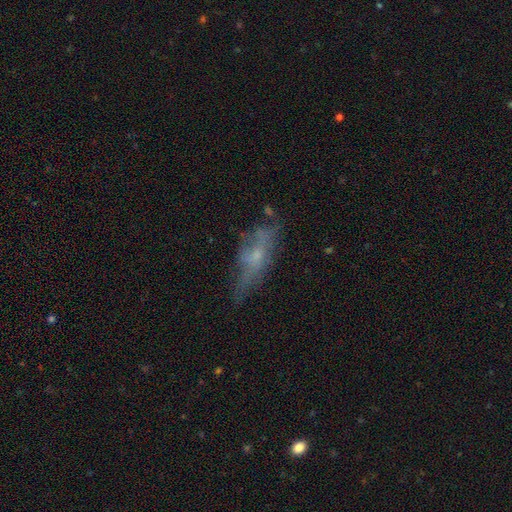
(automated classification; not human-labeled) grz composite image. It shows a featured or disk galaxy (51%). Merging: none (51%).